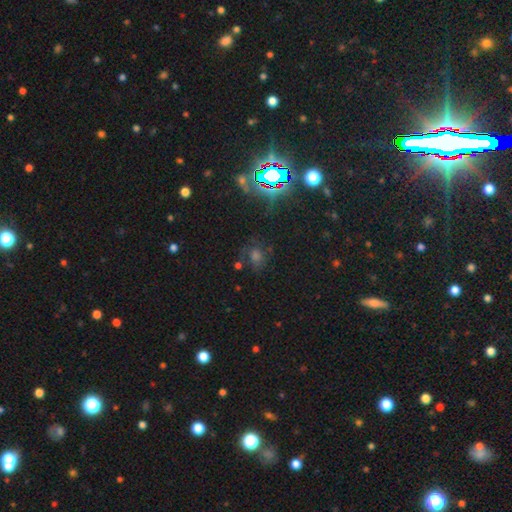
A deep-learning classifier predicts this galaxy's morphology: Q: Smooth or featured?
A: star or artifact (52%); runner-up: smooth (35%)